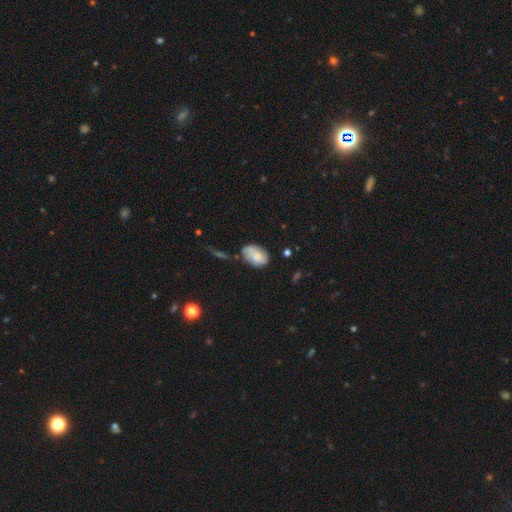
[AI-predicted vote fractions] Smooth or featured: smooth — 64% (featured or disk — 28%)
How rounded: in between — 87% (round — 11%)
Merging: none — 60% (minor disturbance — 27%)